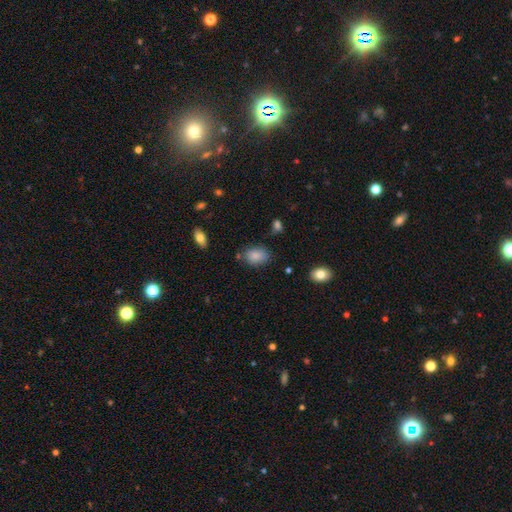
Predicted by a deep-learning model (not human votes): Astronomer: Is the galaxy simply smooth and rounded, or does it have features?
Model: smooth — 85%.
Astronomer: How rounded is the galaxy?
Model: in between — 80%.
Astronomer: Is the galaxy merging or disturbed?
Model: none — 72%.